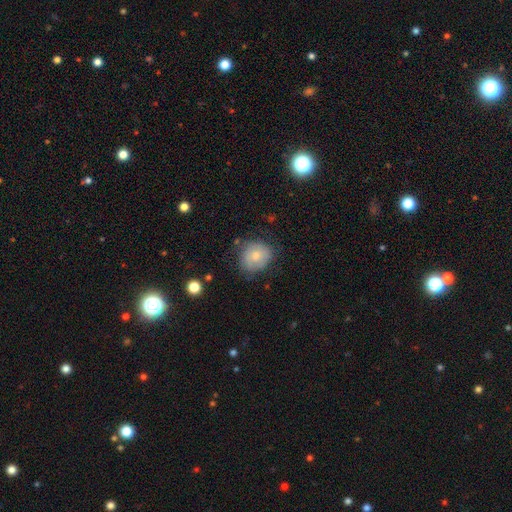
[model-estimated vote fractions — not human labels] This appears to be a smooth galaxy with no disk features (70%) that is round (74%). Merging: none (64%).